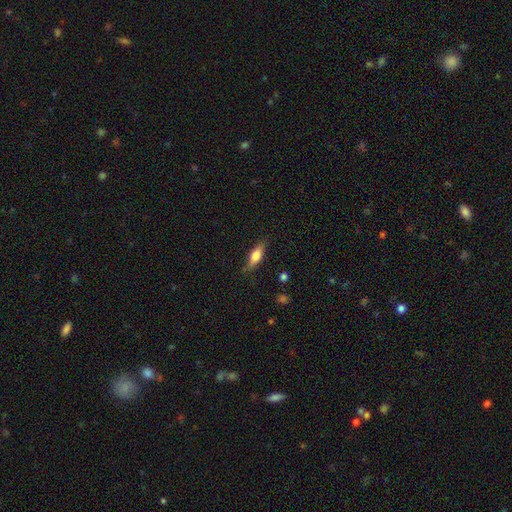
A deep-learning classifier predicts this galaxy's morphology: smooth-or-featured: smooth: 61% | featured or disk: 32% | star or artifact: 7%
  how-rounded: in between: 57% | cigar-shaped: 40% | round: 4%
  merging: none: 80% | minor disturbance: 15% | major disturbance: 4% | merger: 1%